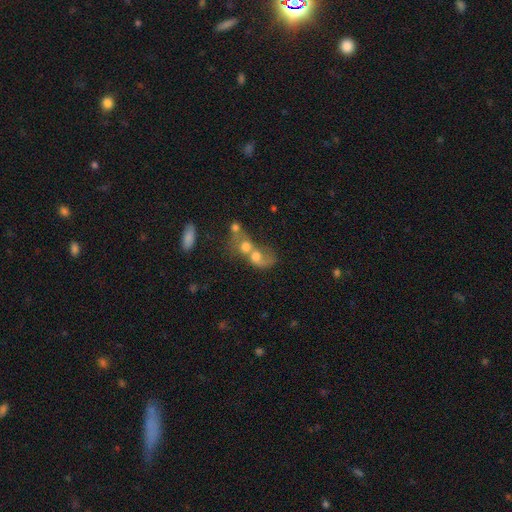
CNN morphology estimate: Smooth or featured: smooth — 52% (featured or disk — 36%)
How rounded: in between — 51% (round — 46%)
Merging: merger — 77% (none — 9%)